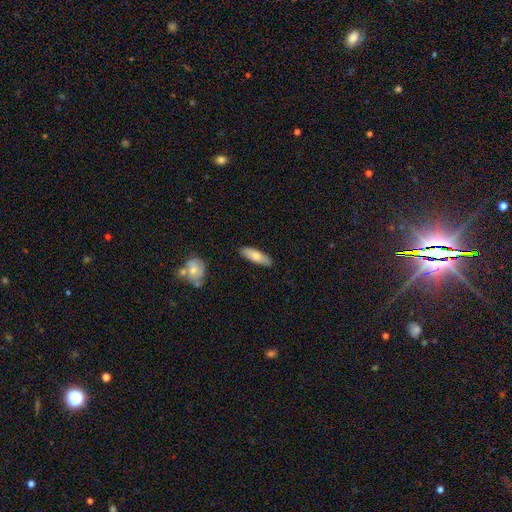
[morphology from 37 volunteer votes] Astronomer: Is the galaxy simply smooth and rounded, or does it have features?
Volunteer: smooth — 70%.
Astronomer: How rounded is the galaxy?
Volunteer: in between — 58% (runner-up: cigar-shaped, 42%).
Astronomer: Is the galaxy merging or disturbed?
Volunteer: none — 86%.